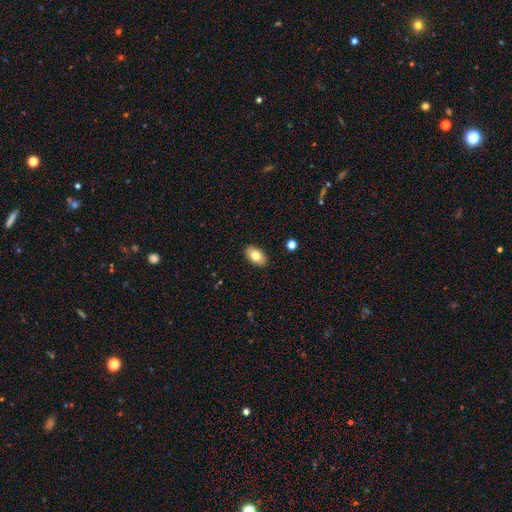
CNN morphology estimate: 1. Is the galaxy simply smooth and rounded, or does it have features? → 77% smooth, 16% featured or disk, 7% star or artifact.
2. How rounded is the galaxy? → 92% in between, 6% round, 2% cigar-shaped.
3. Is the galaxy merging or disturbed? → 89% none, 8% minor disturbance, 2% major disturbance, 1% merger.